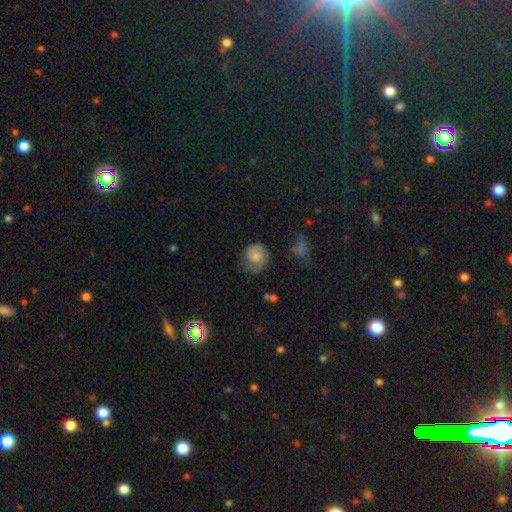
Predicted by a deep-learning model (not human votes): Morphology: type=featured or disk (47%); merging=none (60%).